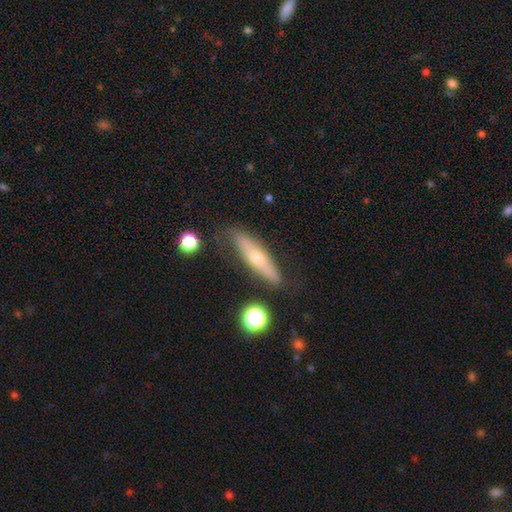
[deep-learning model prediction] Overall: featured or disk (46%, tied with smooth). Merging: none (78%).